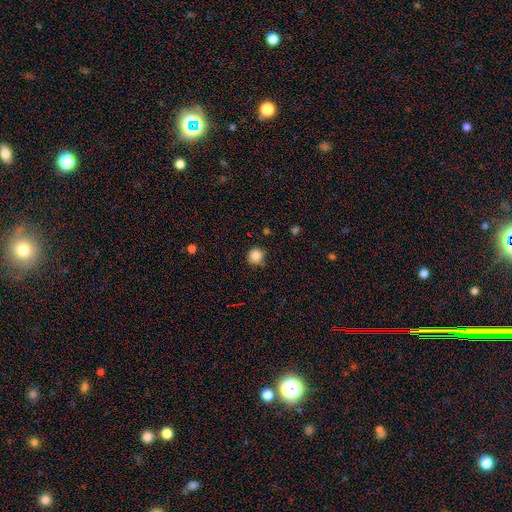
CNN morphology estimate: smooth 86%, star or artifact 10%, featured or disk 4%. Down the decision tree: how rounded — round (91%); merging — none (82%).